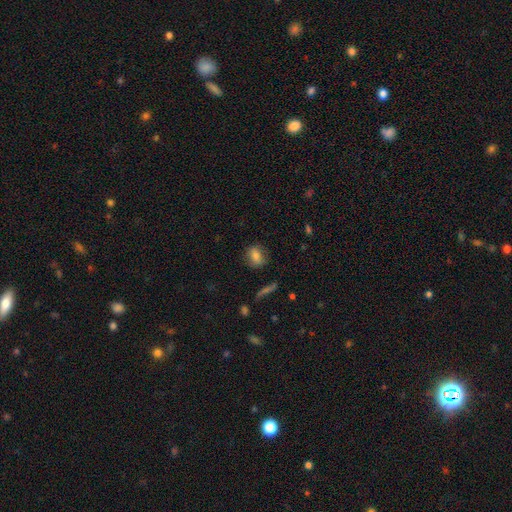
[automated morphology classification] Smooth or featured: smooth — 72% (featured or disk — 19%)
How rounded: round — 49% (in between — 47%)
Merging: none — 80% (minor disturbance — 14%)